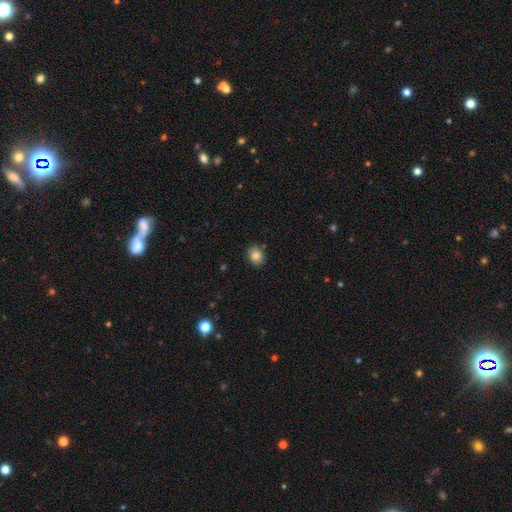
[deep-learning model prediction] smooth-or-featured: smooth: 83% | star or artifact: 10% | featured or disk: 7%
  how-rounded: round: 59% | in between: 40% | cigar-shaped: 1%
  merging: none: 87% | minor disturbance: 9% | major disturbance: 2% | merger: 1%